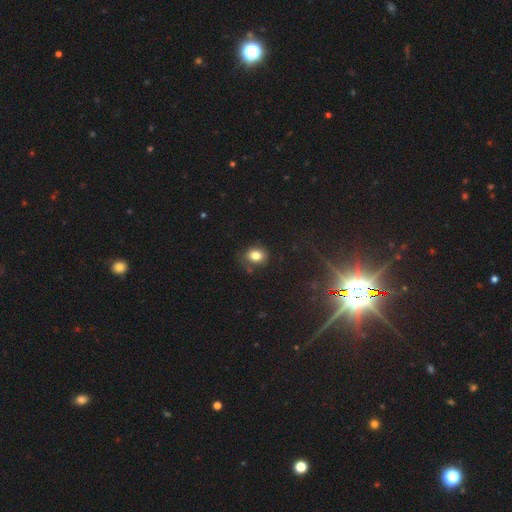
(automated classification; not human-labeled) Smooth or featured? smooth (81%)
How rounded? round (57%)
Merging? none (75%)